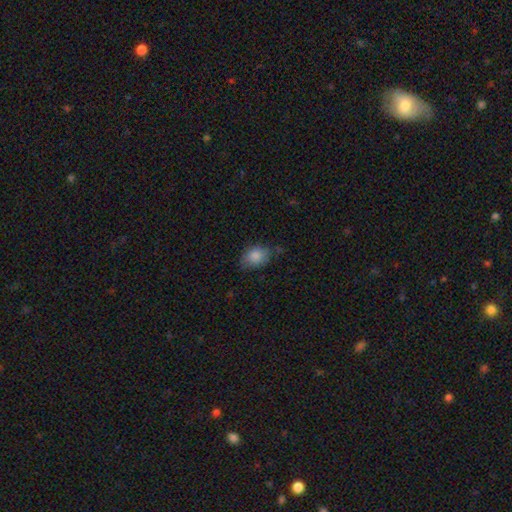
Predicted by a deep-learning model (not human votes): This is clearly a smooth galaxy (85%). How rounded: likely in between (72%). Merging: likely none (64%).